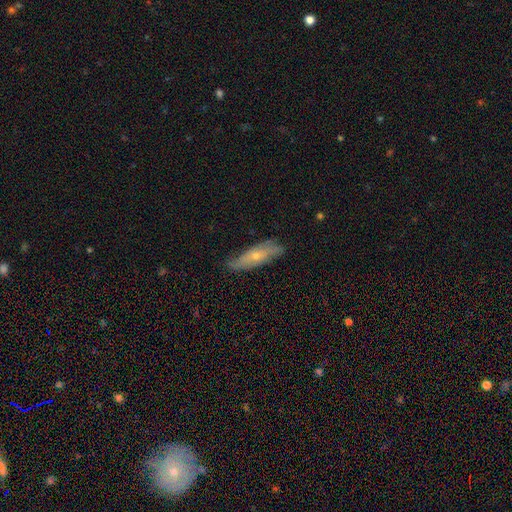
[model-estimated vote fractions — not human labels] Morphology: type=featured or disk (49%); merging=none (71%).